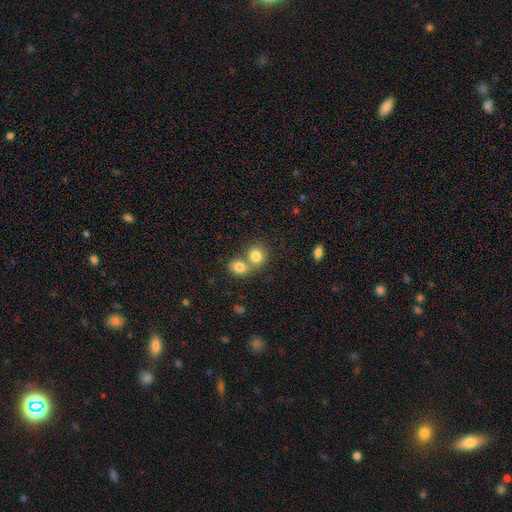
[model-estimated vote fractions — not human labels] The model was most divided on "merging": merger: 54%, none: 36%, minor disturbance: 6%, major disturbance: 3%. More confident: smooth or featured — smooth (80%); how rounded — round (73%).